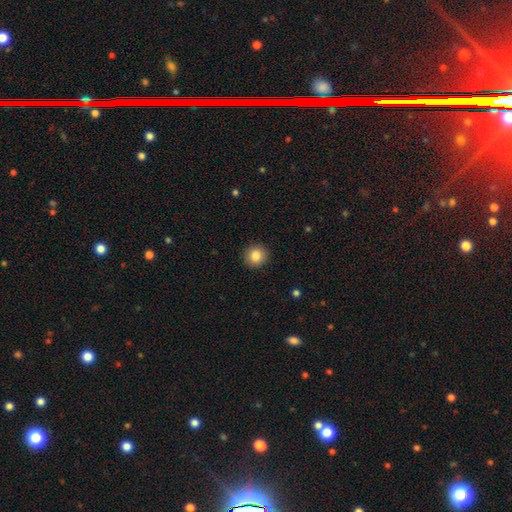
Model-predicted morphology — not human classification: type=smooth (84%); roundness=round (93%); merging=none (92%).